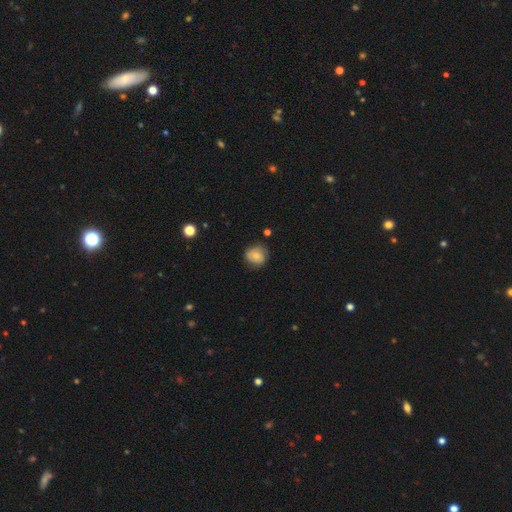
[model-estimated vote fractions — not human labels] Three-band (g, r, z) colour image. It shows a smooth galaxy with no disk features (72%) that is round (80%). Merging: none (72%).